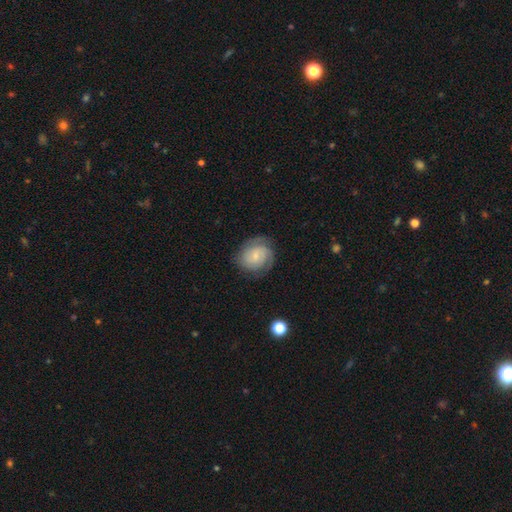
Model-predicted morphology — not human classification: Smooth or featured?
  - featured or disk: 68% *
  - smooth: 25%
  - star or artifact: 7%
Edge-on disk?
  - no: 98% *
  - yes: 2%
Bar?
  - no: 66% *
  - weak: 30%
  - strong: 5%
Spiral arms?
  - yes: 92% *
  - no: 8%
Spiral winding?
  - tight: 62% *
  - medium: 30%
  - loose: 8%
Spiral arm count?
  - 2: 44% *
  - can't tell: 27%
  - 3: 15%
  - 1: 7%
  - 4: 4%
  - more than 4: 3%
Bulge size?
  - small: 72% *
  - moderate: 21%
  - none: 5%
  - large: 2%
  - dominant: 1%
Merging?
  - none: 75% *
  - minor disturbance: 17%
  - major disturbance: 7%
  - merger: 1%